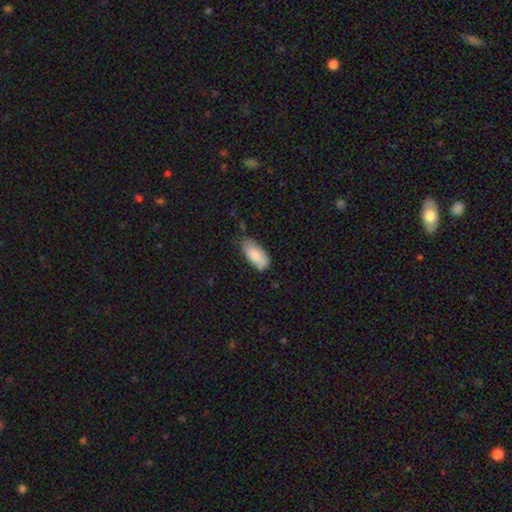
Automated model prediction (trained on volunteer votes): smooth-or-featured: smooth: 86% | featured or disk: 8% | star or artifact: 6%
  how-rounded: in between: 91% | cigar-shaped: 7% | round: 2%
  merging: none: 58% | minor disturbance: 34% | major disturbance: 6% | merger: 2%